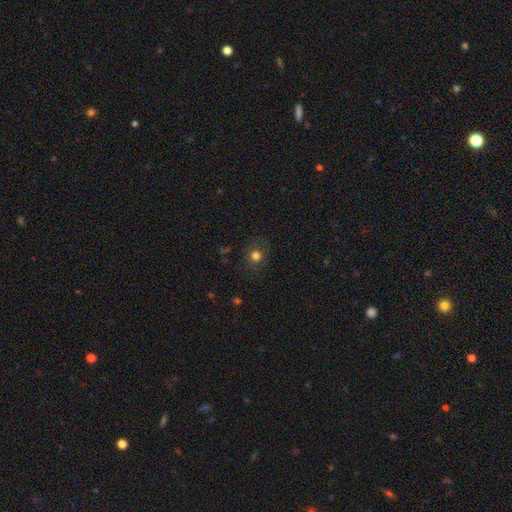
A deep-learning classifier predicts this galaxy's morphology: Overall: smooth (71%). How rounded: round (84%). Merging: none (79%).